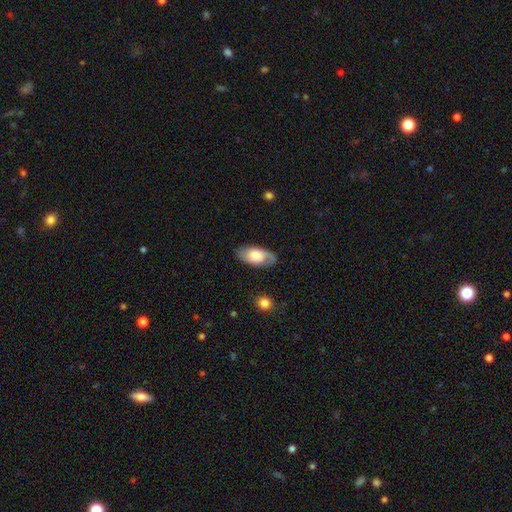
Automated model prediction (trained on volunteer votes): Smooth or featured: smooth — 57% (featured or disk — 37%)
How rounded: in between — 93% (cigar-shaped — 4%)
Merging: none — 77% (minor disturbance — 16%)